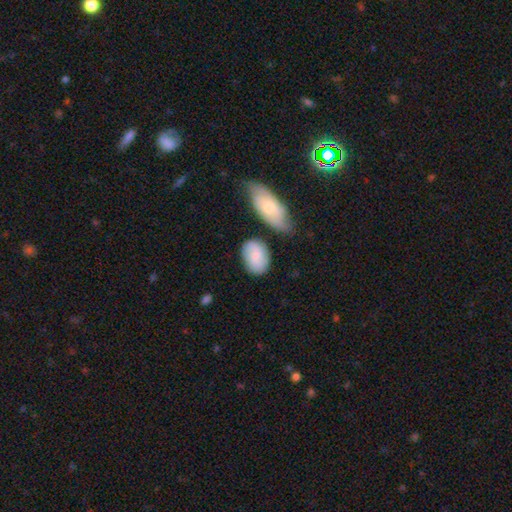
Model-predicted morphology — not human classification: The model was most divided on "merging": none: 65%, minor disturbance: 20%, merger: 10%, major disturbance: 5%. More confident: how rounded — in between (81%); smooth or featured — smooth (74%).